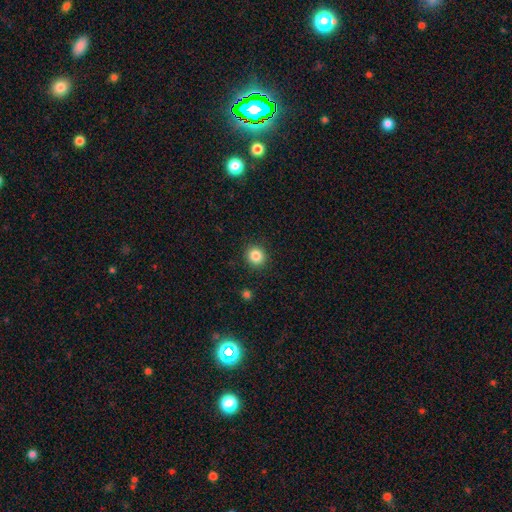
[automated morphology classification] A smooth galaxy with no disk features (85%) that is round (89%).

Vote fractions:
- Smooth or featured? smooth: 85% / star or artifact: 11% / featured or disk: 5%
- How rounded? round: 89% / in between: 10% / cigar-shaped: 1%
- Merging? none: 90% / minor disturbance: 6% / major disturbance: 2% / merger: 1%